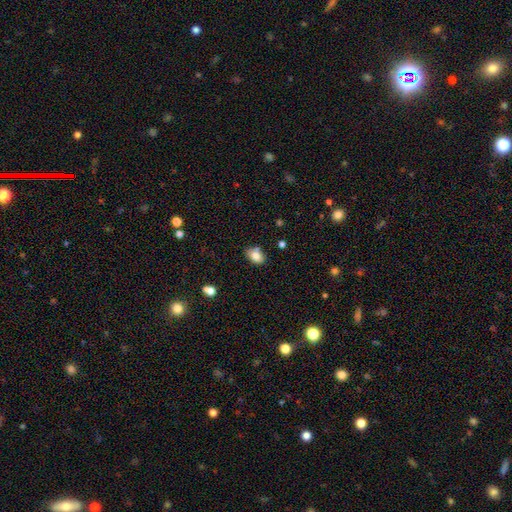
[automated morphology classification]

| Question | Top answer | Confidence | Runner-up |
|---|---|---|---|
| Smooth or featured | smooth | 82% | featured or disk (9%) |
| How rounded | in between | 84% | round (14%) |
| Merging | none | 71% | minor disturbance (18%) |